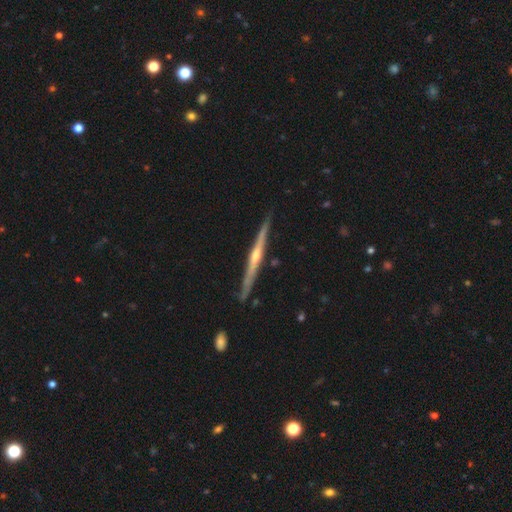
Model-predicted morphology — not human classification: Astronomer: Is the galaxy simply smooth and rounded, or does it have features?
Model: featured or disk — 83%.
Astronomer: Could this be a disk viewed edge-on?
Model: yes — 98%.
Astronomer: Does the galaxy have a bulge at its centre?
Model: rounded — 83%.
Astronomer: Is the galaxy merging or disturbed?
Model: none — 89%.